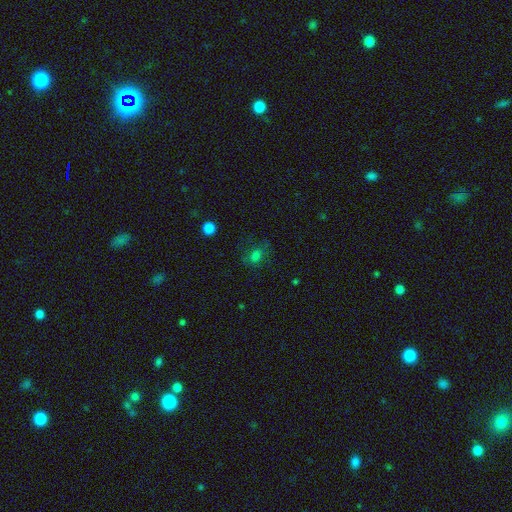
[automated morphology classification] A smooth galaxy with no disk features (69%) that is in between round and cigar-shaped (63%).

Vote fractions:
- Smooth or featured? smooth: 69% / star or artifact: 20% / featured or disk: 11%
- How rounded? in between: 63% / round: 35% / cigar-shaped: 2%
- Merging? none: 64% / minor disturbance: 19% / major disturbance: 14% / merger: 2%